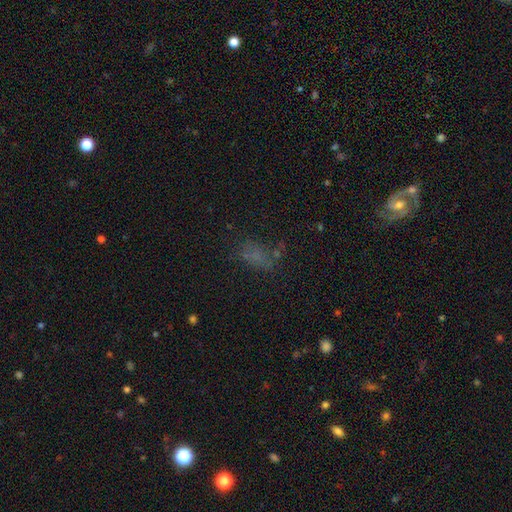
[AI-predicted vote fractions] smooth_or_featured: smooth (p=0.56) [alt: star or artifact p=0.27]
how_rounded: in between (p=0.81) [alt: round p=0.12]
merging: none (p=0.55) [alt: minor disturbance p=0.20]